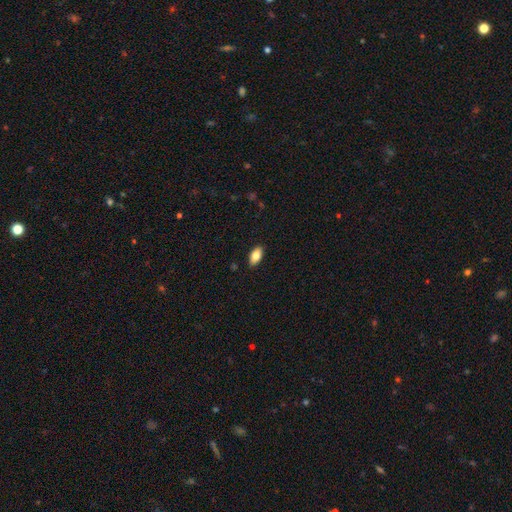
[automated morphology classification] This is clearly a smooth galaxy (81%). How rounded: clearly in between (91%). Merging: clearly none (88%).